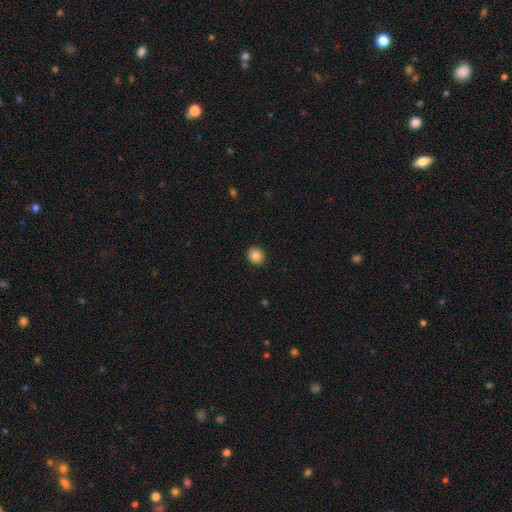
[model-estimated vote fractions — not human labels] Overall: smooth (84%). How rounded: round (87%). Merging: none (92%).